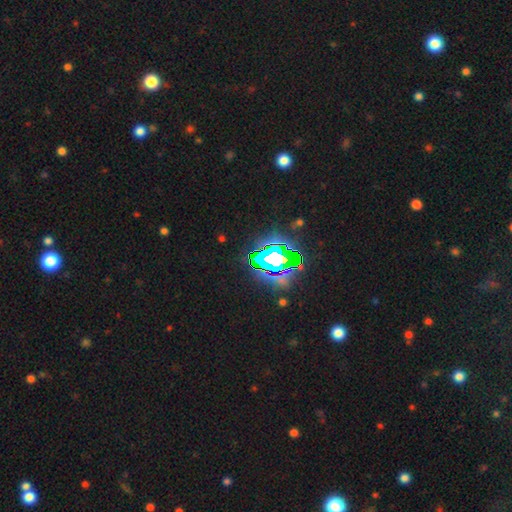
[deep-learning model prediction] A star or artifact, not a galaxy (80%).